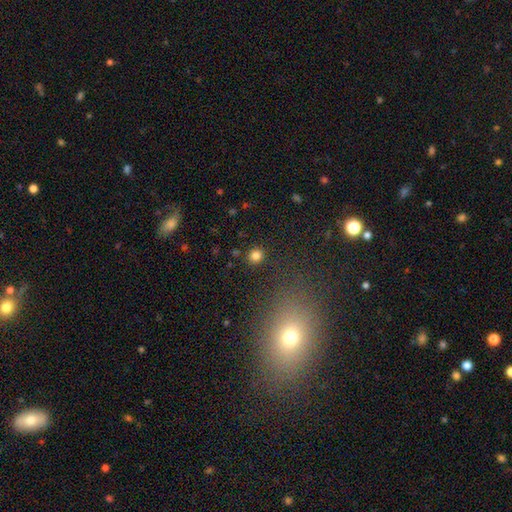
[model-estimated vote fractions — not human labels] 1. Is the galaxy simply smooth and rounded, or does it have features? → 82% smooth, 13% star or artifact, 5% featured or disk.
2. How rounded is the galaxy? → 87% round, 12% in between, 1% cigar-shaped.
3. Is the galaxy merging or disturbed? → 90% none, 6% minor disturbance, 2% major disturbance, 2% merger.